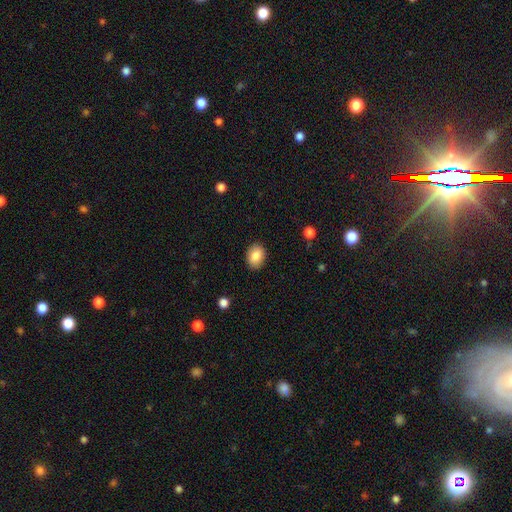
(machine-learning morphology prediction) Smooth or featured: smooth — 85% (star or artifact — 8%)
How rounded: in between — 71% (round — 28%)
Merging: none — 88% (minor disturbance — 9%)